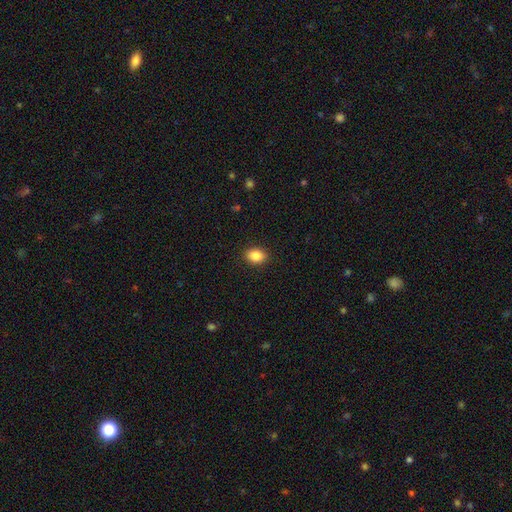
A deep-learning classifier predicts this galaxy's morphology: Smooth or featured? smooth (86%)
How rounded? in between (65%)
Merging? none (90%)